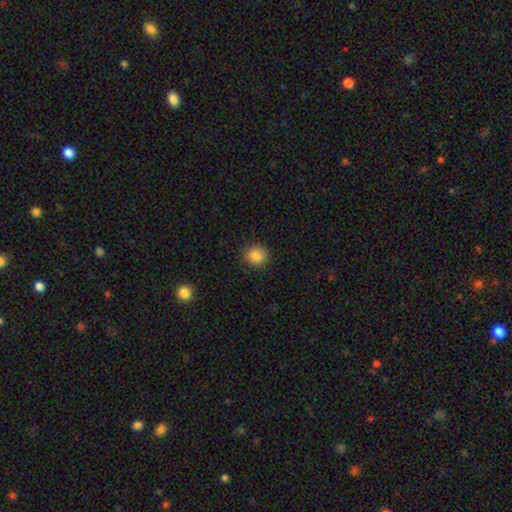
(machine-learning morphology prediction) Overall: smooth (85%). How rounded: round (87%). Merging: none (89%).